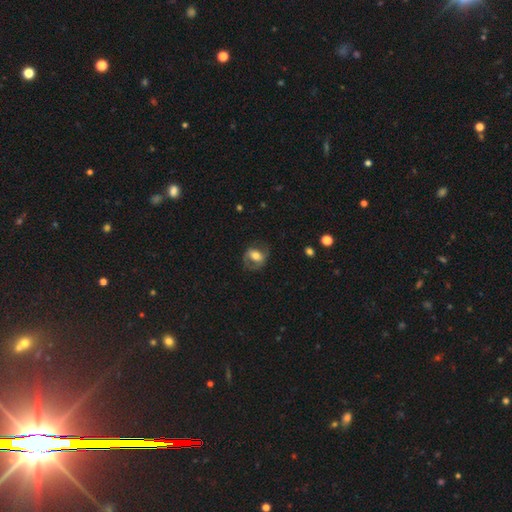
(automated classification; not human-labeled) Smooth or featured?
  - featured or disk: 47% *
  - smooth: 46%
  - star or artifact: 8%
Merging?
  - none: 62% *
  - minor disturbance: 21%
  - major disturbance: 16%
  - merger: 1%